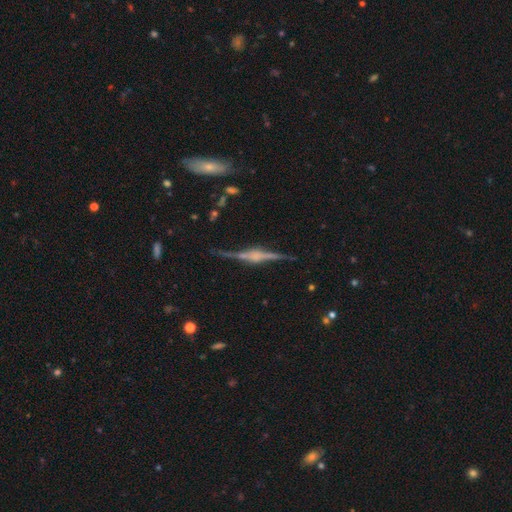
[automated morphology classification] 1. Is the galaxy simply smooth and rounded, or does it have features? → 86% featured or disk, 7% smooth, 7% star or artifact.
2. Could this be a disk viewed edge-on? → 97% yes, 3% no.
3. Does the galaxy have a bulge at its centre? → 66% rounded, 27% boxy, 7% none.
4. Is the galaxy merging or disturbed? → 81% none, 13% minor disturbance, 4% major disturbance, 2% merger.